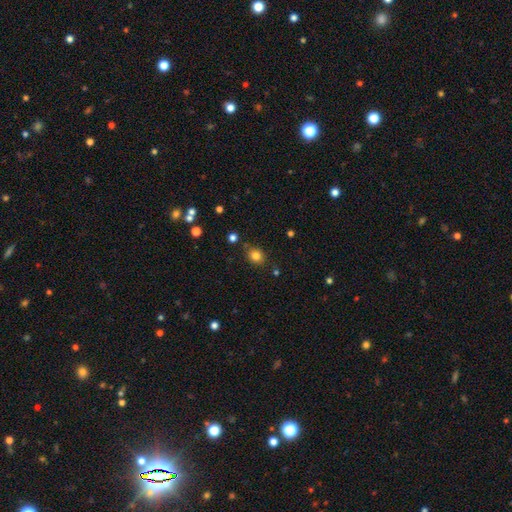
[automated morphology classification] smooth 81%, star or artifact 13%, featured or disk 6%. Down the decision tree: how rounded — round (68%); merging — none (83%).